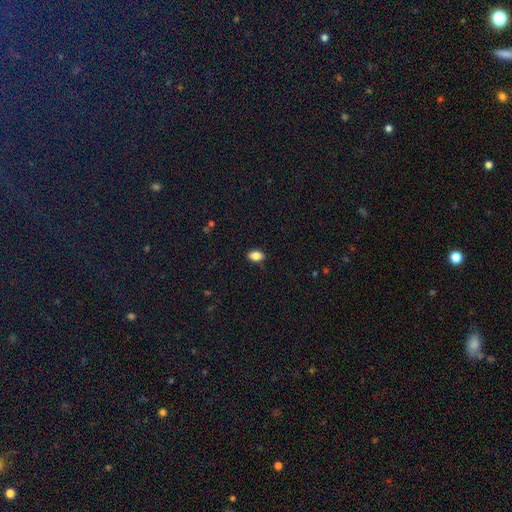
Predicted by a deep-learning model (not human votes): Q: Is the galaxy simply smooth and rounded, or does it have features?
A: smooth — 85%.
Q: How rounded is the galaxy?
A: in between — 86%.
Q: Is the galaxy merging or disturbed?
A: none — 85%.